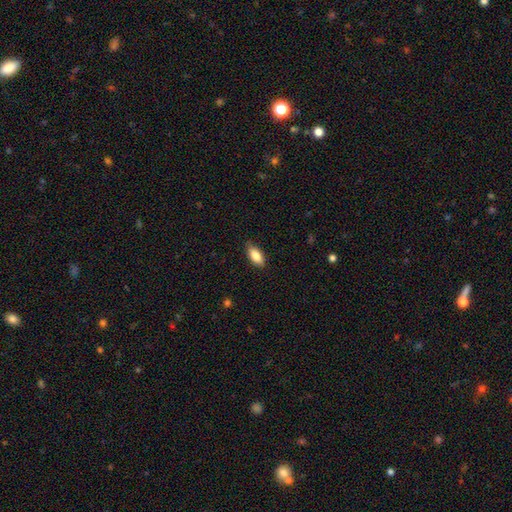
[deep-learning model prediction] smooth_or_featured: smooth (p=0.85) [alt: featured or disk p=0.09]
how_rounded: in between (p=0.87) [alt: cigar-shaped p=0.10]
merging: none (p=0.84) [alt: minor disturbance p=0.12]